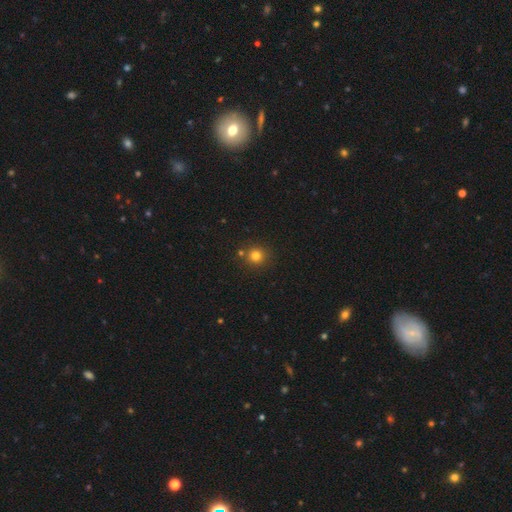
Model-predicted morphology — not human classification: smooth 79%, star or artifact 15%, featured or disk 6%. Down the decision tree: how rounded — round (92%); merging — none (80%).